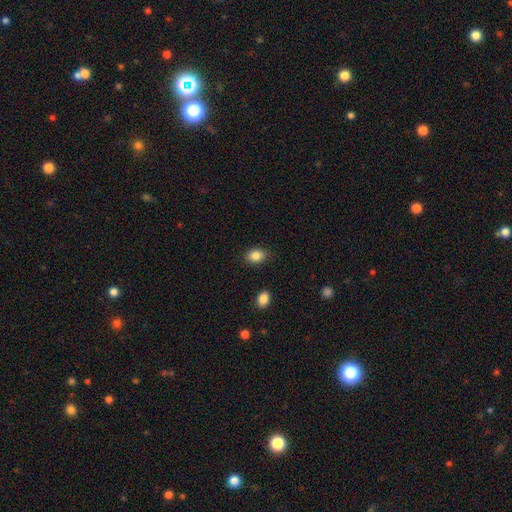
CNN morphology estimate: smooth_or_featured: smooth (p=0.86) [alt: star or artifact p=0.09]
how_rounded: in between (p=0.65) [alt: round p=0.34]
merging: none (p=0.87) [alt: minor disturbance p=0.09]